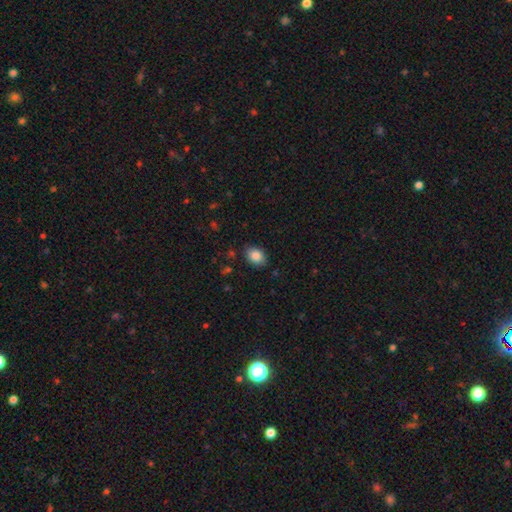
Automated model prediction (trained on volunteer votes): The model was most divided on "how rounded": in between: 70%, round: 29%, cigar-shaped: 1%. More confident: smooth or featured — smooth (86%); merging — none (85%).